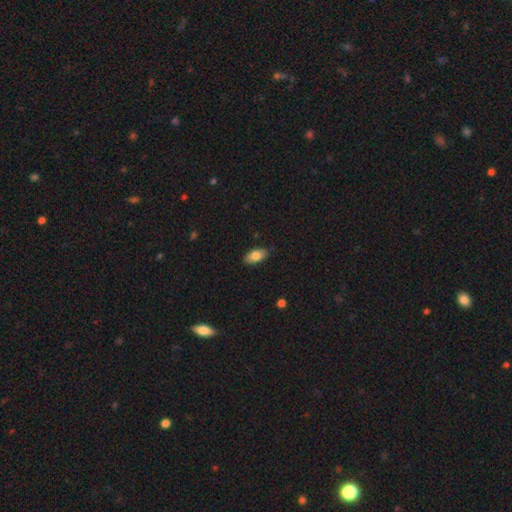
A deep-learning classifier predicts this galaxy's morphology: Smooth or featured? smooth (81%)
How rounded? in between (91%)
Merging? none (85%)